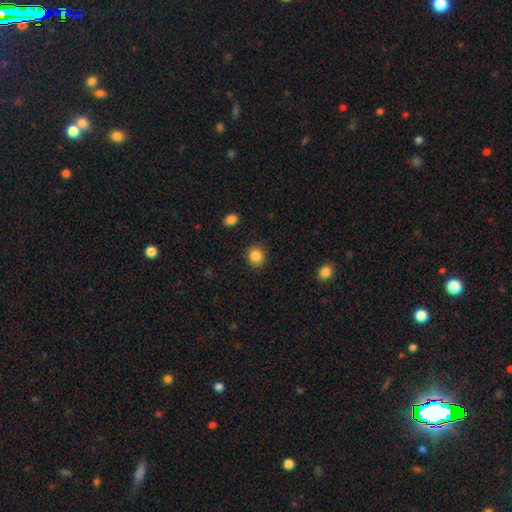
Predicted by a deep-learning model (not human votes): Smooth or featured? smooth (85%)
How rounded? round (84%)
Merging? none (90%)